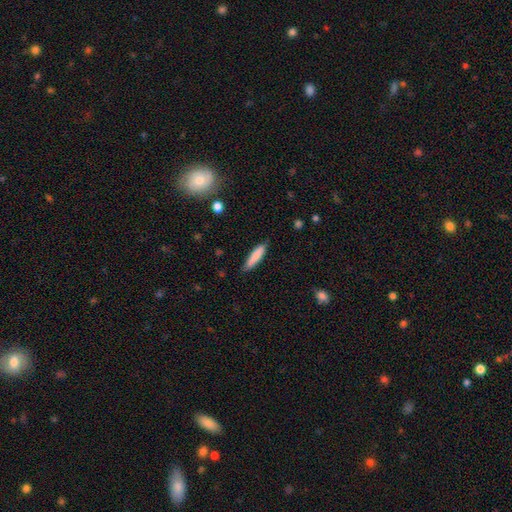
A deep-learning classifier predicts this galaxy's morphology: smooth_or_featured: smooth (p=0.81) [alt: featured or disk p=0.12]
how_rounded: cigar-shaped (p=0.79) [alt: in between p=0.19]
merging: none (p=0.79) [alt: minor disturbance p=0.17]